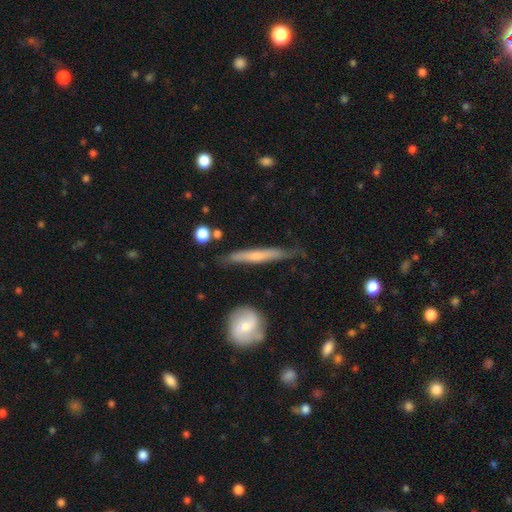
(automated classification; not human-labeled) A smooth galaxy with no disk features (50%).

Vote fractions:
- Smooth or featured? smooth: 50% / featured or disk: 44% / star or artifact: 6%
- Merging? none: 72% / minor disturbance: 20% / major disturbance: 4% / merger: 3%